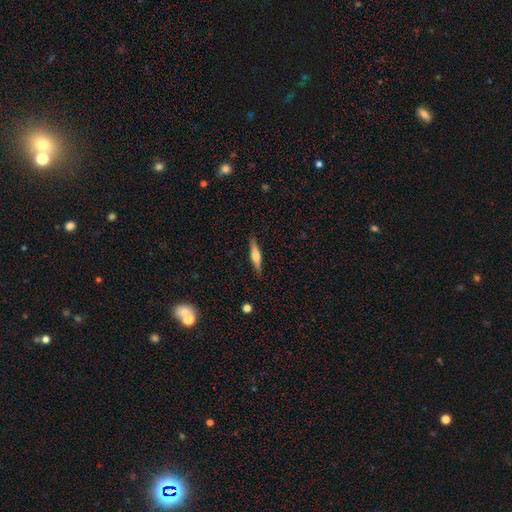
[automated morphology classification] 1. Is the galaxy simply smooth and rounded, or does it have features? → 50% featured or disk, 44% smooth, 6% star or artifact.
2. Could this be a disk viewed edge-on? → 96% yes, 4% no.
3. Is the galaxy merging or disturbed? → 88% none, 9% minor disturbance, 2% major disturbance, 1% merger.